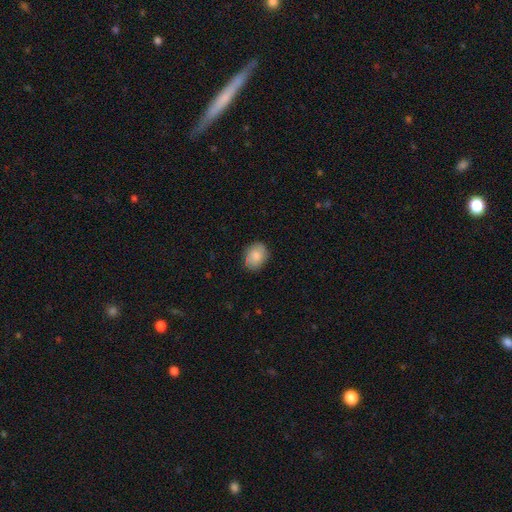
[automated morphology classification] Smooth or featured? smooth (85%)
How rounded? in between (57%)
Merging? none (84%)